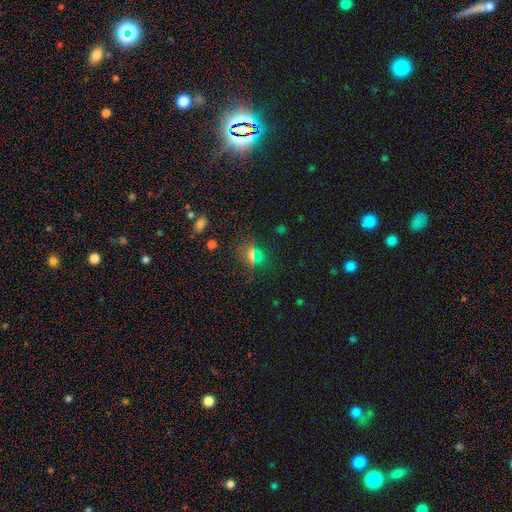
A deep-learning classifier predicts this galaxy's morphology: The model was most divided on "smooth or featured": smooth: 56%, star or artifact: 35%, featured or disk: 9%. More confident: merging — none (82%); how rounded — round (66%).